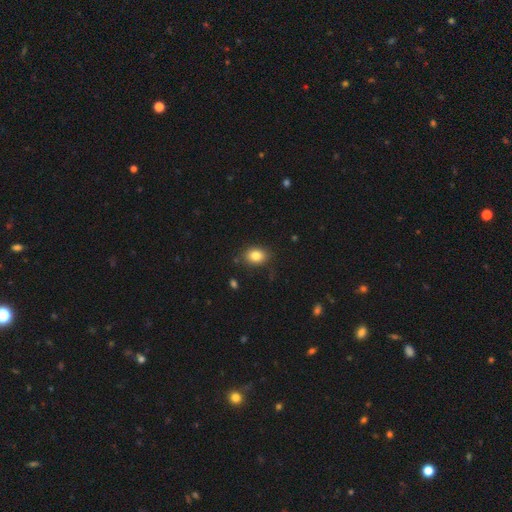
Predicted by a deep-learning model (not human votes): A smooth galaxy with no disk features (83%) that is in between round and cigar-shaped (62%).

Vote fractions:
- Smooth or featured? smooth: 83% / star or artifact: 10% / featured or disk: 7%
- How rounded? in between: 62% / round: 37% / cigar-shaped: 1%
- Merging? none: 84% / minor disturbance: 12% / major disturbance: 3% / merger: 2%